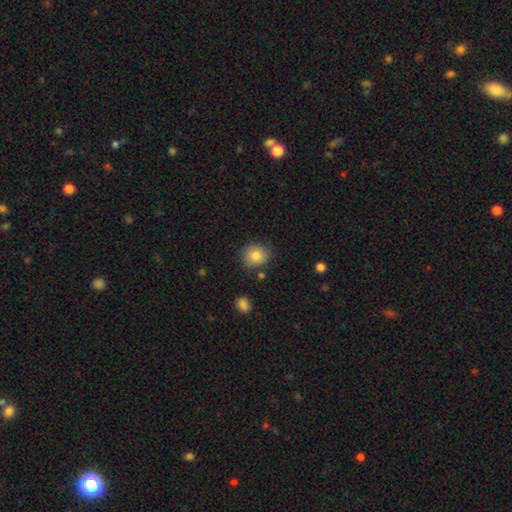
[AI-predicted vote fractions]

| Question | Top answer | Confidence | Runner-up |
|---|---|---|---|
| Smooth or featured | smooth | 83% | star or artifact (9%) |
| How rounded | round | 72% | in between (27%) |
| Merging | none | 80% | minor disturbance (14%) |